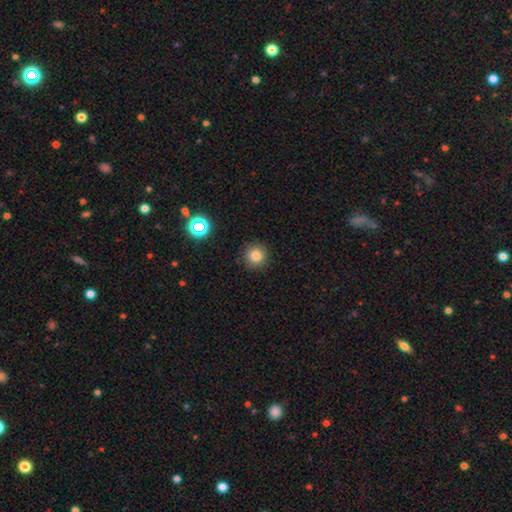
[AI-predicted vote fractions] Overall: smooth (80%). How rounded: round (94%). Merging: none (90%).